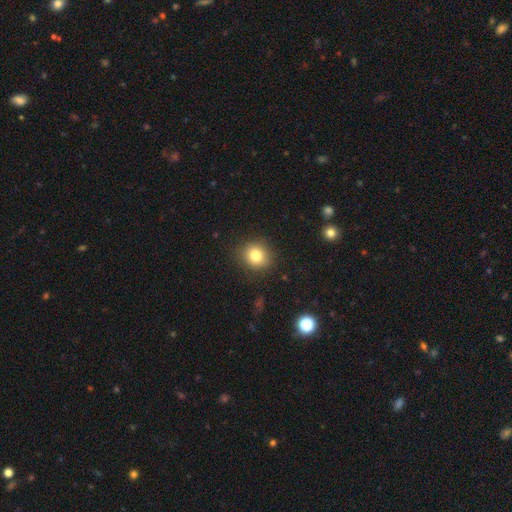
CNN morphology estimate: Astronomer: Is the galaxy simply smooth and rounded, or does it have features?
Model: smooth — 81%.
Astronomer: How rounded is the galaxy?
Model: round — 81%.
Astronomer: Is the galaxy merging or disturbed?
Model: none — 88%.